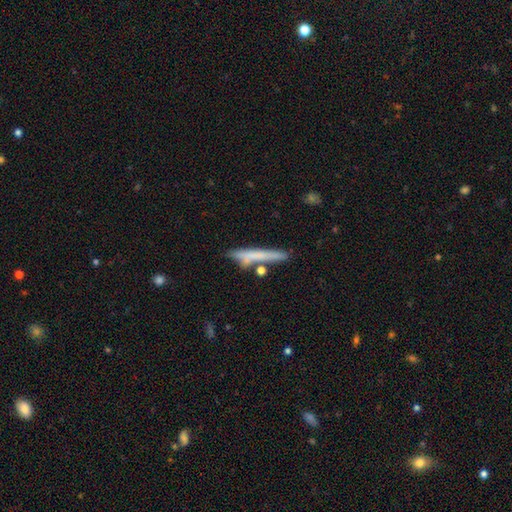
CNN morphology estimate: smooth-or-featured: smooth: 62% | featured or disk: 31% | star or artifact: 7%
  how-rounded: cigar-shaped: 94% | in between: 4% | round: 2%
  merging: none: 70% | minor disturbance: 16% | merger: 10% | major disturbance: 4%